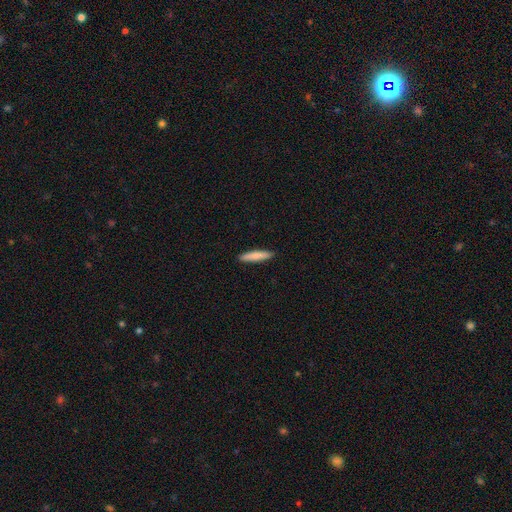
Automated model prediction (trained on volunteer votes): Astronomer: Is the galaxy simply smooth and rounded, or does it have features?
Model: smooth — 77%.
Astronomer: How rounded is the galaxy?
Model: cigar-shaped — 87%.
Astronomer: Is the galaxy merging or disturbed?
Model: none — 91%.